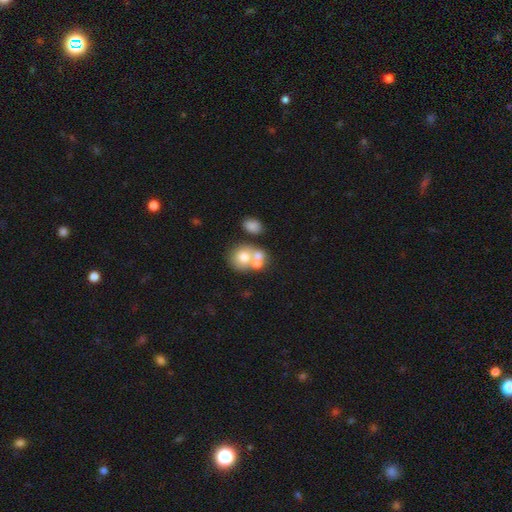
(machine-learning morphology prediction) This appears to be a smooth galaxy with no disk features (59%) that is round (71%). Merging: merger (53%).